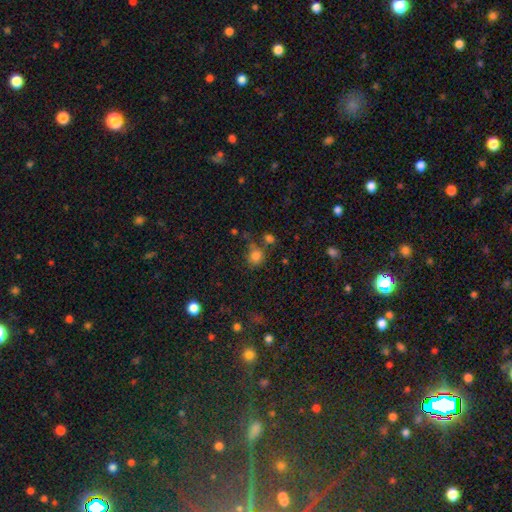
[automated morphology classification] The model was most divided on "merging": none: 58%, minor disturbance: 17%, merger: 17%, major disturbance: 8%. More confident: smooth or featured — smooth (79%); how rounded — round (77%).